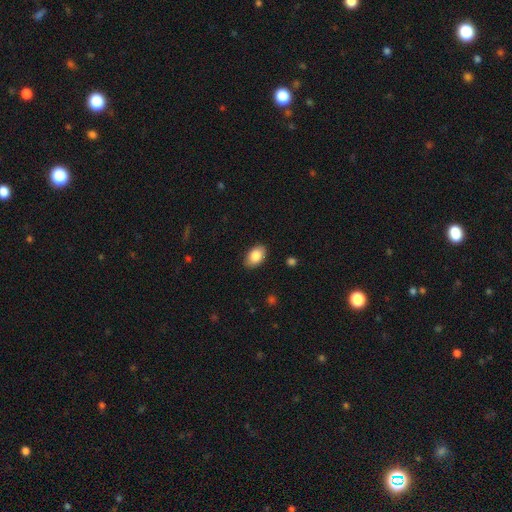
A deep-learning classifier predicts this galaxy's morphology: Overall: smooth (86%). How rounded: in between (90%). Merging: none (86%).